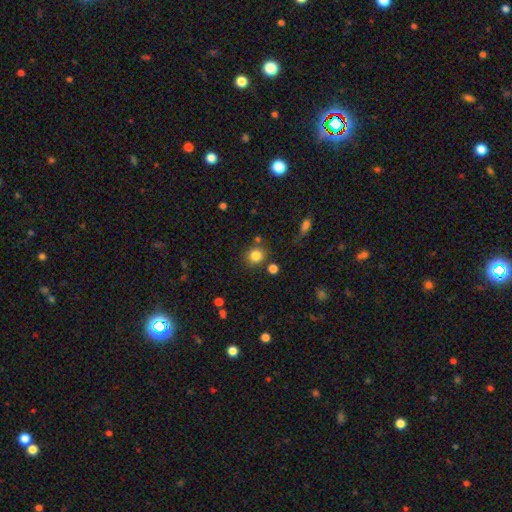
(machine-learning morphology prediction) smooth 83%, star or artifact 11%, featured or disk 6%. Down the decision tree: how rounded — round (87%); merging — none (79%).